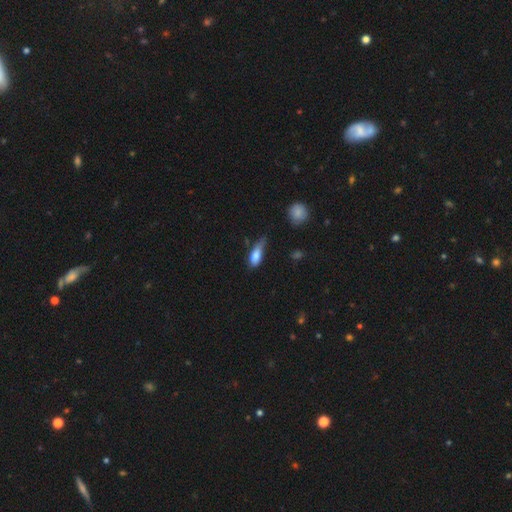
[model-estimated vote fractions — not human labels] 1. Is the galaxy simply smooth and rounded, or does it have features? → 79% smooth, 14% featured or disk, 7% star or artifact.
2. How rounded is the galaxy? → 71% in between, 26% cigar-shaped, 3% round.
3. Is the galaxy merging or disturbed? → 44% minor disturbance, 35% none, 17% major disturbance, 4% merger.